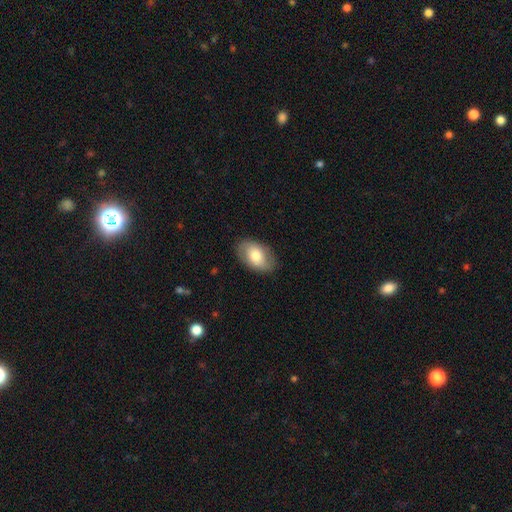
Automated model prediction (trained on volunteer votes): Smooth or featured? smooth (66%)
How rounded? in between (90%)
Merging? none (83%)